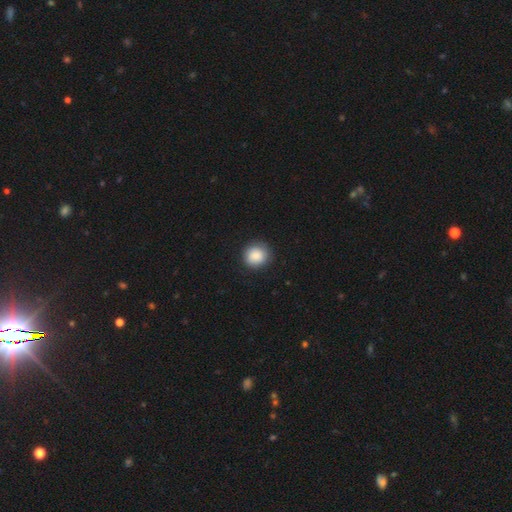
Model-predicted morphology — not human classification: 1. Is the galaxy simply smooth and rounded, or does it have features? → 89% smooth, 8% star or artifact, 4% featured or disk.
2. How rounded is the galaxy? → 90% round, 9% in between, 1% cigar-shaped.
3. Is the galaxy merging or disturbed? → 88% none, 9% minor disturbance, 2% major disturbance, 1% merger.